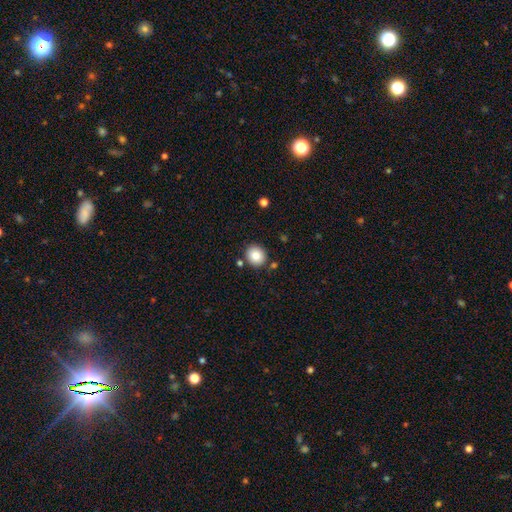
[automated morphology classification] Smooth or featured?
  - smooth: 84% *
  - star or artifact: 9%
  - featured or disk: 7%
How rounded?
  - round: 80% *
  - in between: 19%
  - cigar-shaped: 1%
Merging?
  - none: 85% *
  - minor disturbance: 8%
  - merger: 5%
  - major disturbance: 2%